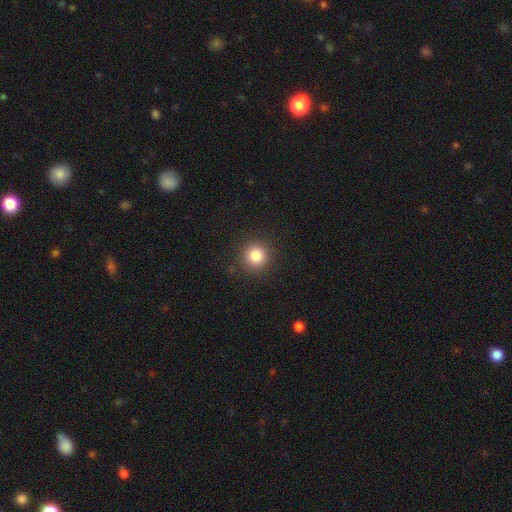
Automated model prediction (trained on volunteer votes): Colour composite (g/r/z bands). It shows a smooth galaxy with no disk features (84%) that is round (94%). Merging: none (90%).